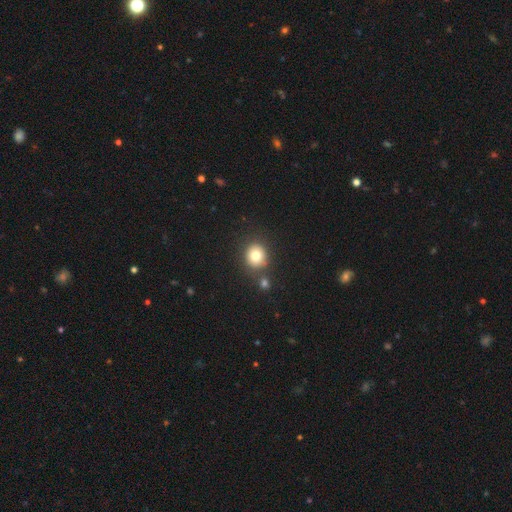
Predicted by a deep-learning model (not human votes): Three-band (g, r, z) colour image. It shows a smooth galaxy with no disk features (79%) that is round (82%). Merging: none (73%).